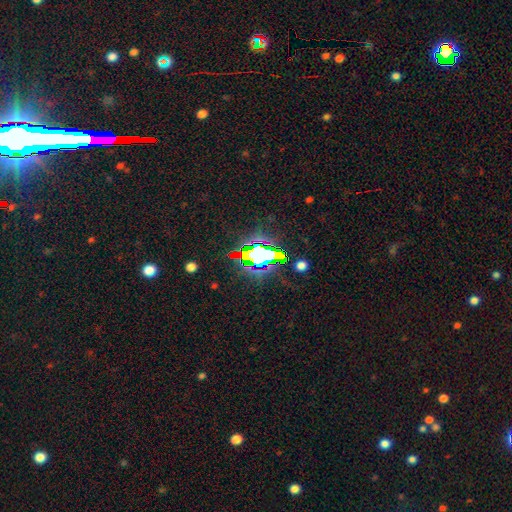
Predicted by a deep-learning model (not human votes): Morphology: type=star or artifact (61%).